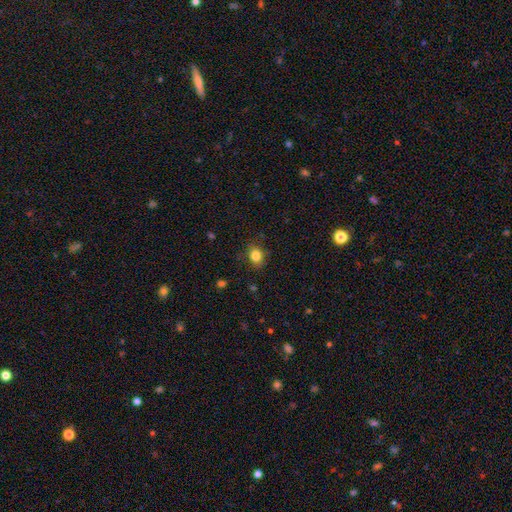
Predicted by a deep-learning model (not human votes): Smooth or featured? smooth (83%)
How rounded? round (54%)
Merging? none (84%)